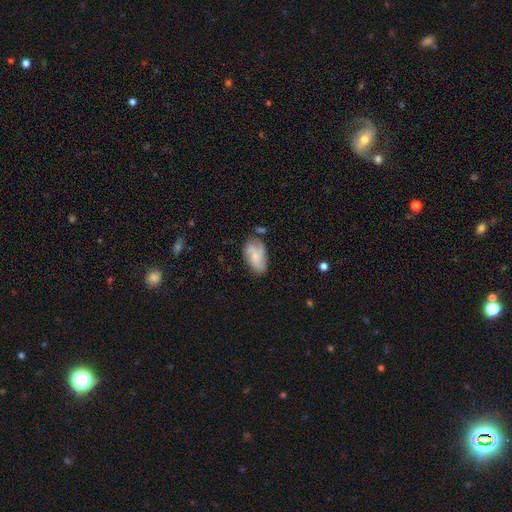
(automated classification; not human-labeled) smooth_or_featured: smooth (p=0.50) [alt: featured or disk p=0.42]
merging: none (p=0.55) [alt: minor disturbance p=0.29]